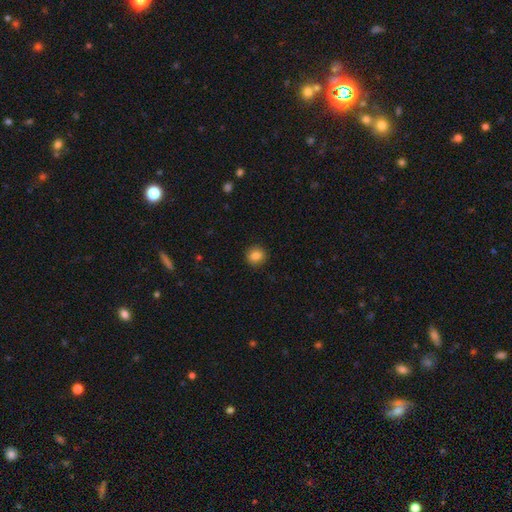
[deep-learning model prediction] A smooth galaxy with no disk features (85%) that is round (89%). Merging: none (91%).